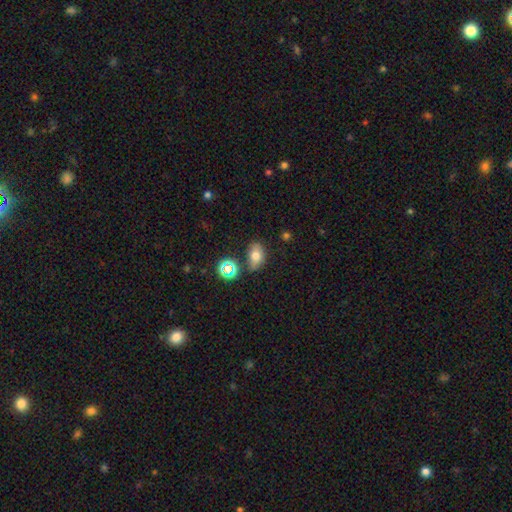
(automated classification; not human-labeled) Smooth or featured: smooth — 68% (star or artifact — 16%)
How rounded: in between — 78% (round — 19%)
Merging: none — 67% (minor disturbance — 20%)